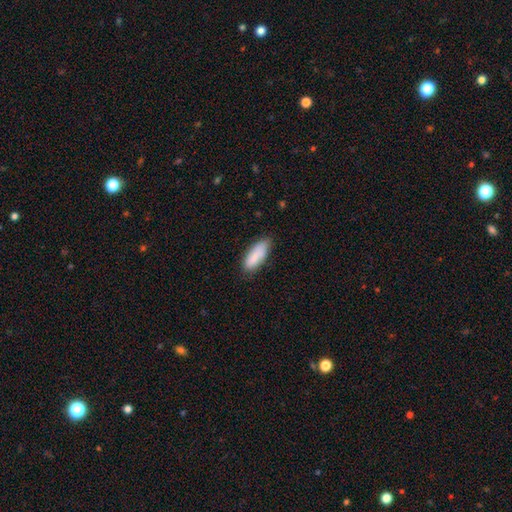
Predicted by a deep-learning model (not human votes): This appears to be a smooth galaxy with no disk features (85%) that is in between round and cigar-shaped (72%). Merging: none (72%).